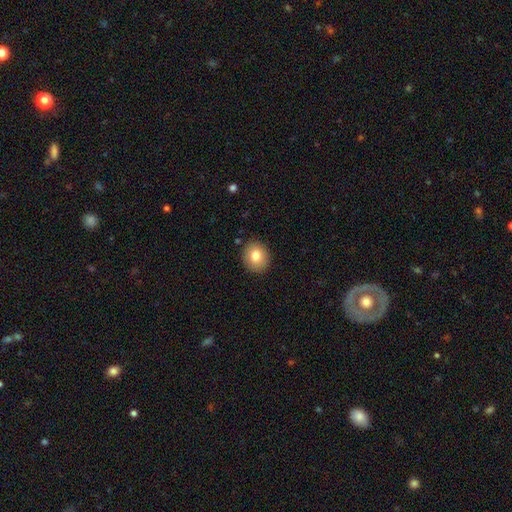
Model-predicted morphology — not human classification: A smooth galaxy with no disk features (80%) that is round (76%). Merging: none (89%).